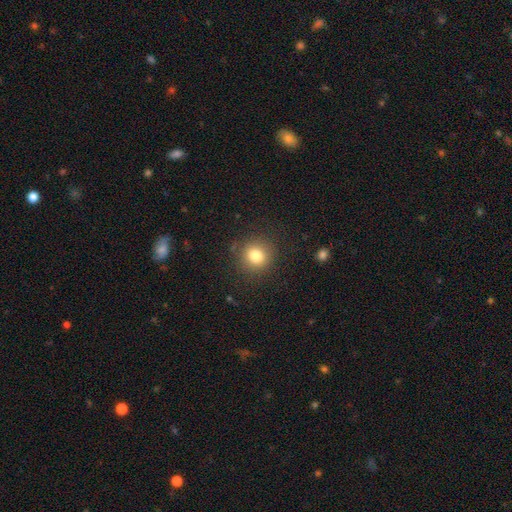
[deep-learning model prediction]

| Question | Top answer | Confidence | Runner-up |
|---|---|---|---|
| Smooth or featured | smooth | 80% | star or artifact (13%) |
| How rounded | round | 90% | in between (9%) |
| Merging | none | 87% | minor disturbance (8%) |